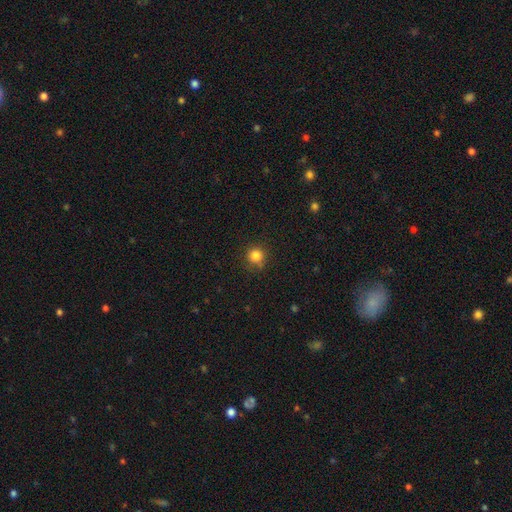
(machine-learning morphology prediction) The model was most divided on "smooth or featured": smooth: 83%, star or artifact: 12%, featured or disk: 4%. More confident: how rounded — round (93%); merging — none (83%).